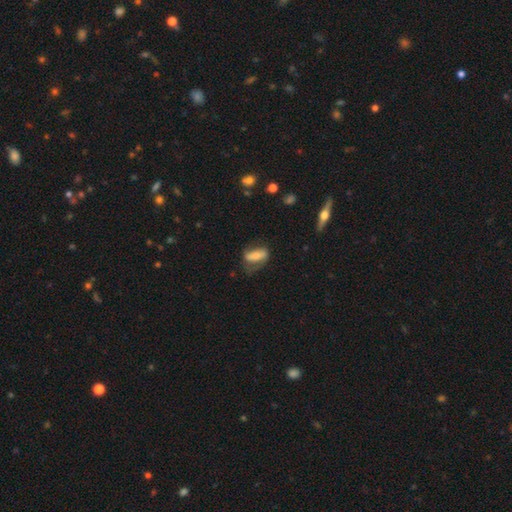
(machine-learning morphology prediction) Q: Smooth or featured?
A: smooth (63%); runner-up: featured or disk (29%)
Q: How rounded?
A: in between (70%); runner-up: cigar-shaped (25%)
Q: Merging?
A: none (47%); runner-up: minor disturbance (29%)